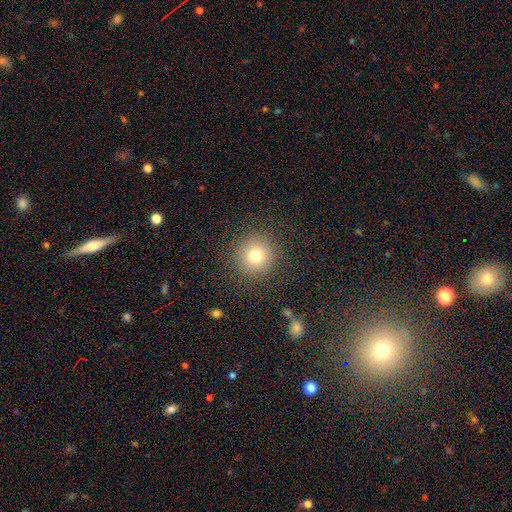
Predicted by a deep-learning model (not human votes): smooth 75%, star or artifact 14%, featured or disk 11%. Down the decision tree: how rounded — round (95%); merging — none (88%).